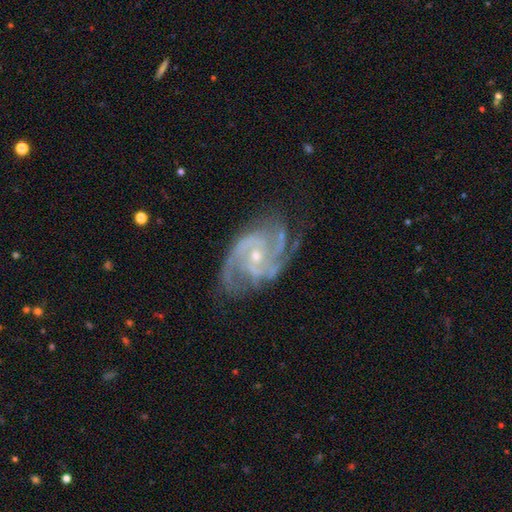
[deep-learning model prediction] Morphology: type=featured or disk (91%); edge-on=no (97%); bar=no (60%); spiral arms=yes (98%); winding=medium (47%); arm count=2 (40%); bulge=small (59%); merging=none (68%).